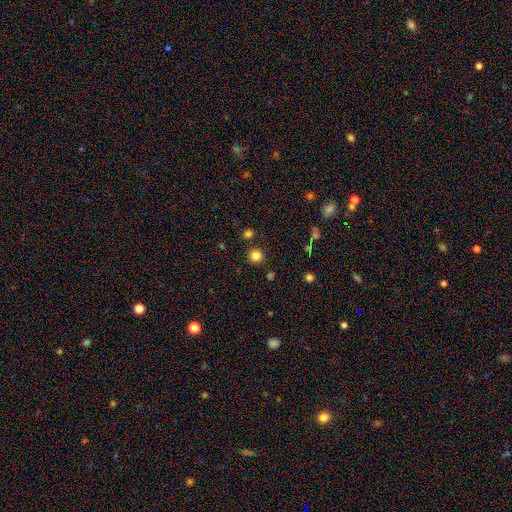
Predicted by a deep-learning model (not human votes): This appears to be a smooth galaxy with no disk features (82%) that is round (95%). Merging: none (90%).